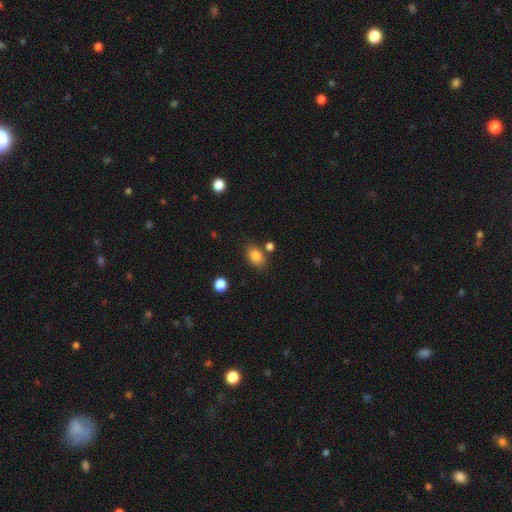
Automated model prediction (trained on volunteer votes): Overall: smooth (83%). How rounded: in between (80%). Merging: none (74%).